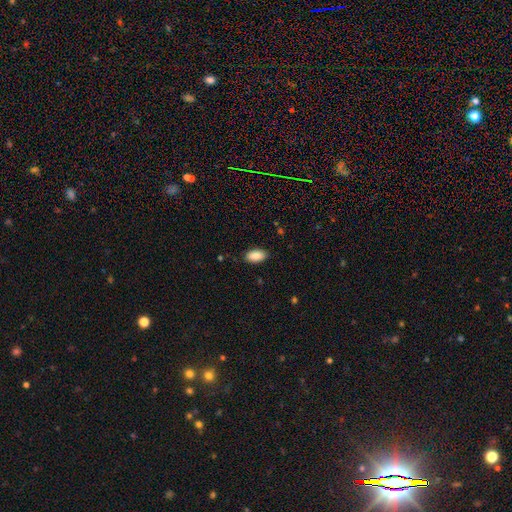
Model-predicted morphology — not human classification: Smooth or featured? Predicted: smooth (p=0.89). How rounded? Predicted: in between (p=0.94). Merging? Predicted: none (p=0.87).